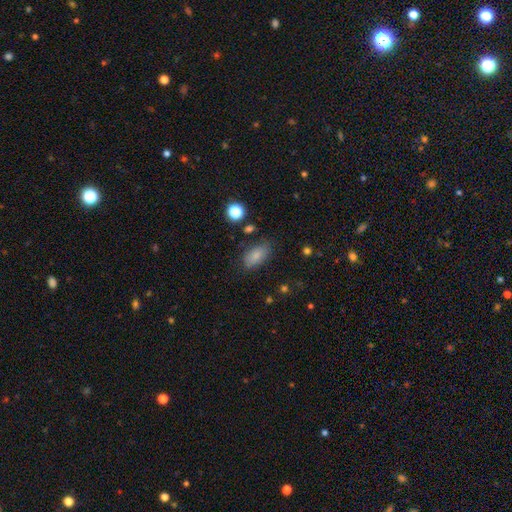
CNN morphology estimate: smooth 81%, star or artifact 10%, featured or disk 9%. Down the decision tree: how rounded — in between (90%); merging — none (72%).